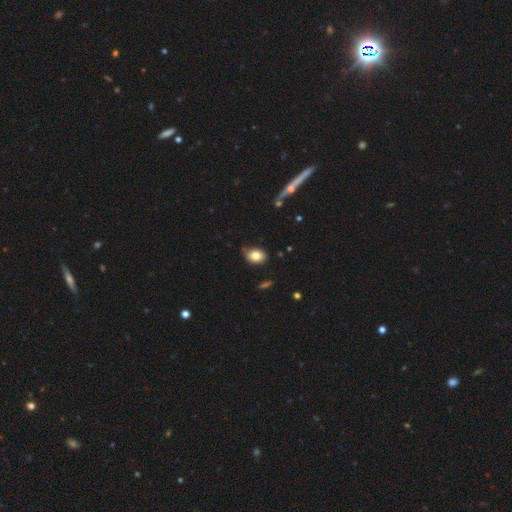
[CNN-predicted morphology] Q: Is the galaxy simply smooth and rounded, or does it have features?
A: smooth — 80%.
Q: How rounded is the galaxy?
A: in between — 77%.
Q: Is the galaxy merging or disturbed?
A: none — 75%.